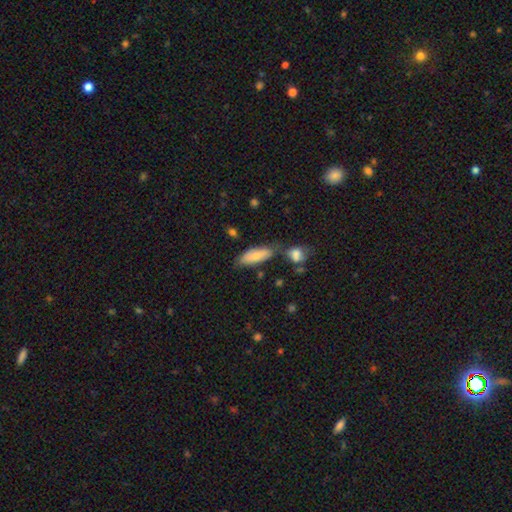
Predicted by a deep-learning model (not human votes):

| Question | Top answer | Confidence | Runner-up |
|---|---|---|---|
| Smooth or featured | smooth | 76% | featured or disk (18%) |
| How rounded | in between | 75% | cigar-shaped (23%) |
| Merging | none | 59% | minor disturbance (20%) |